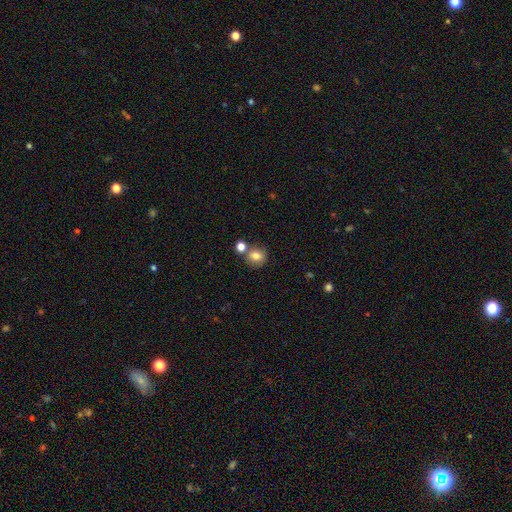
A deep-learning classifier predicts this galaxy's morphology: A smooth galaxy with no disk features (80%) that is round (79%). Merging: none (66%).